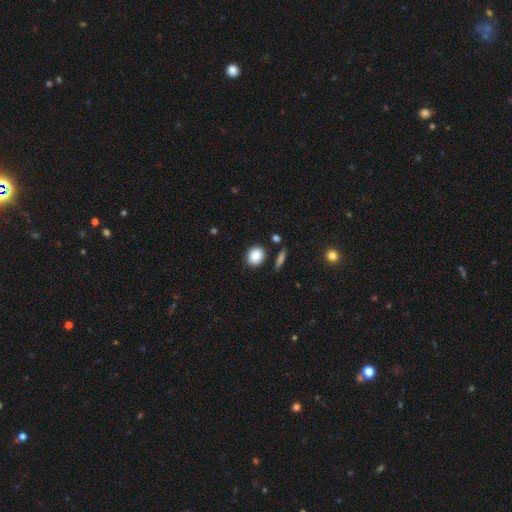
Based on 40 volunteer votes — Morphology: type=smooth (82%); roundness=round (58%); merging=none (92%).